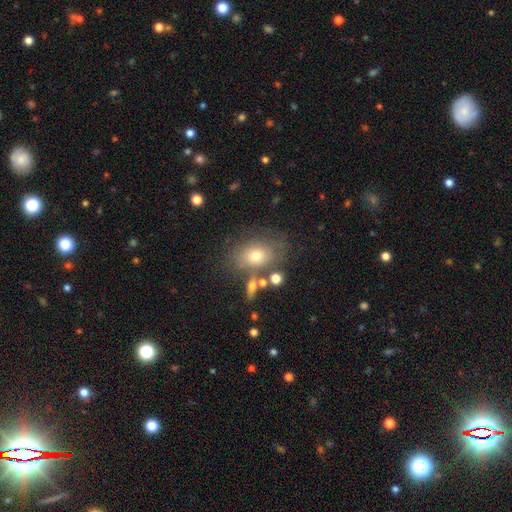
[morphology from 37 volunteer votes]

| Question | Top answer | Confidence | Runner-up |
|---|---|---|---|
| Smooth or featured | smooth | 68% | featured or disk (27%) |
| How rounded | in between | 56% | round (44%) |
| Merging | none | 63% | merger (20%) |